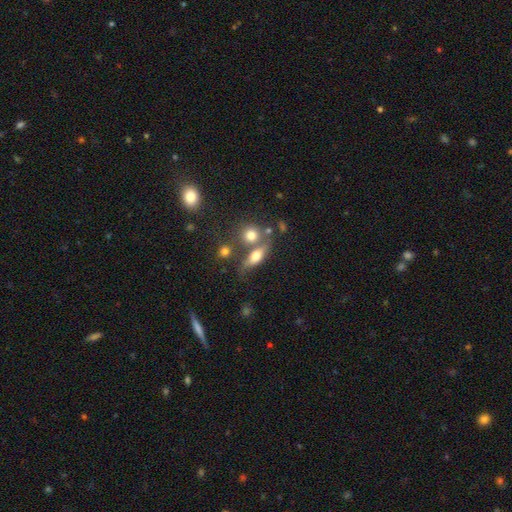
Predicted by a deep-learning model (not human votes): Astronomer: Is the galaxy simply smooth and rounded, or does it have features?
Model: smooth — 64%.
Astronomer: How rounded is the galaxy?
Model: in between — 61%.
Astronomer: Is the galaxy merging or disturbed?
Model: none — 50% (runner-up: merger, 26%).